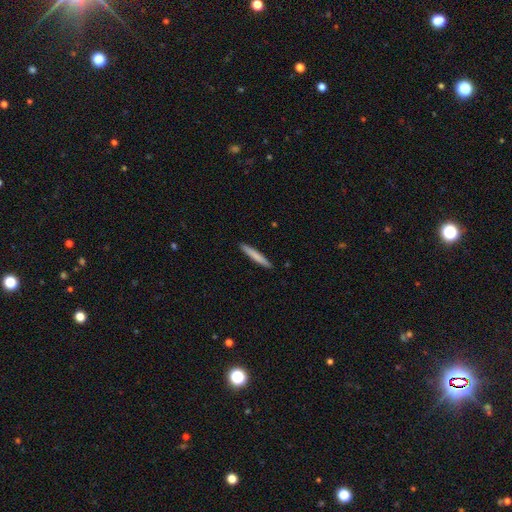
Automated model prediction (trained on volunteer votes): Overall: smooth (77%). How rounded: cigar-shaped (96%). Merging: none (91%).